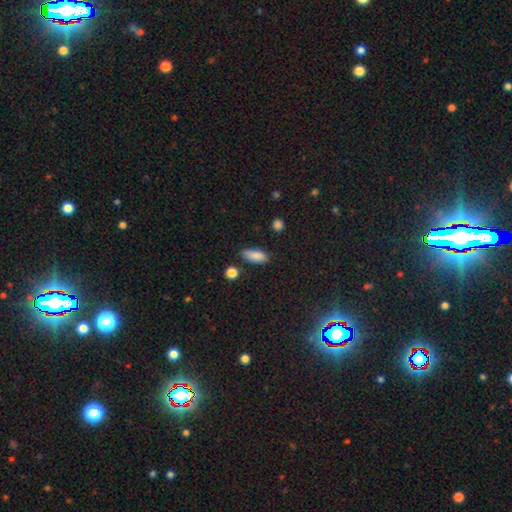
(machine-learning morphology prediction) This appears to be a smooth galaxy with no disk features (87%) that is in between round and cigar-shaped (81%). Merging: none (77%).